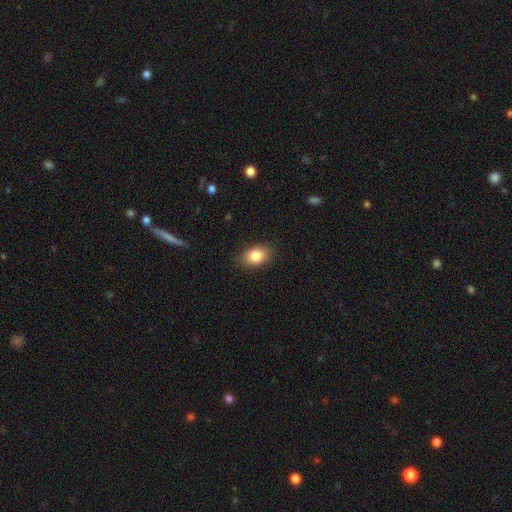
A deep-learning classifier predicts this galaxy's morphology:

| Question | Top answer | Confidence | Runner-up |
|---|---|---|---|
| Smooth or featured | smooth | 84% | star or artifact (8%) |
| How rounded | in between | 82% | round (16%) |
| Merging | none | 84% | minor disturbance (13%) |